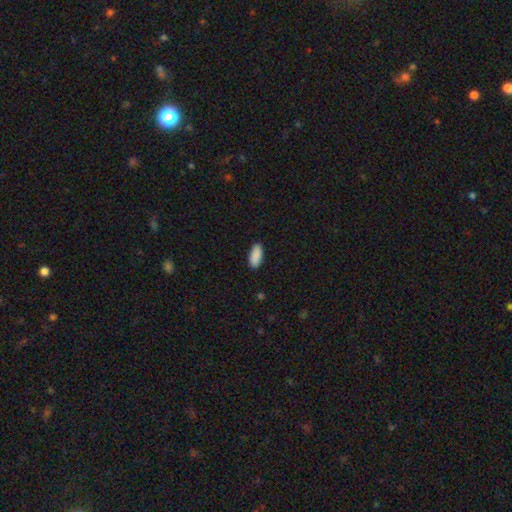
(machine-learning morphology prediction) A smooth galaxy with no disk features (90%) that is in between round and cigar-shaped (86%).

Vote fractions:
- Smooth or featured? smooth: 90% / star or artifact: 6% / featured or disk: 4%
- How rounded? in between: 86% / cigar-shaped: 12% / round: 2%
- Merging? none: 89% / minor disturbance: 8% / major disturbance: 2% / merger: 1%